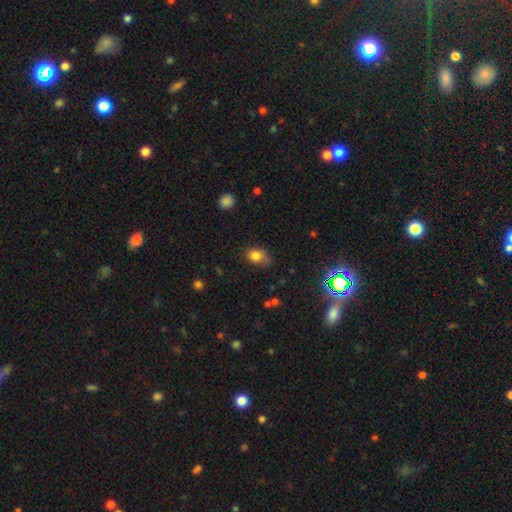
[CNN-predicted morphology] This appears to be a smooth galaxy with no disk features (79%) that is in between round and cigar-shaped (57%). Merging: none (52%).